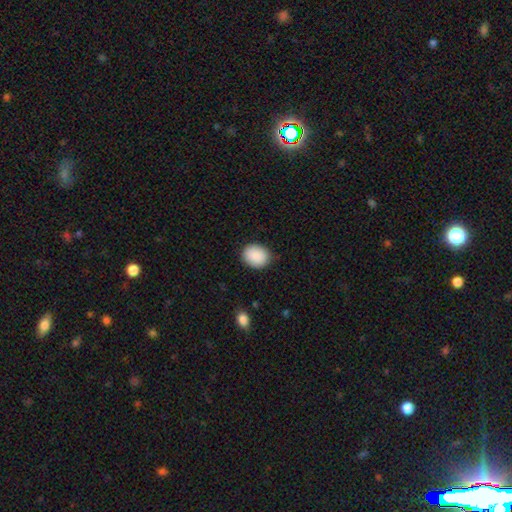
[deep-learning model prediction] A smooth galaxy with no disk features (90%) that is in between round and cigar-shaped (51%). Merging: none (86%).